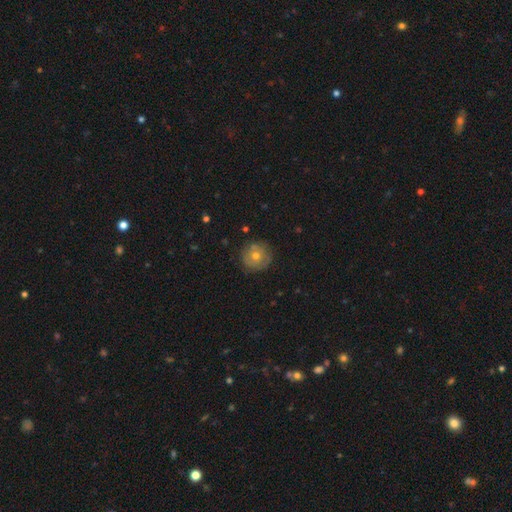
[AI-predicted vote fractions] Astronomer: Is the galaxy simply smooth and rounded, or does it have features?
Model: smooth — 54% (runner-up: featured or disk, 35%).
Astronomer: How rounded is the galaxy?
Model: round — 94%.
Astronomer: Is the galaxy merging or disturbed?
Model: none — 83%.